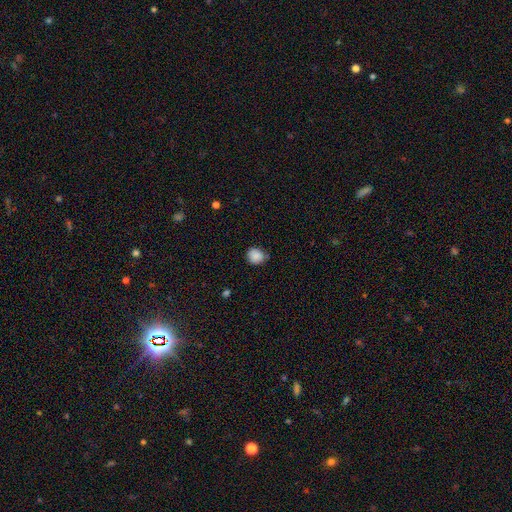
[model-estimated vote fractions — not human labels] smooth-or-featured: smooth: 86% | star or artifact: 9% | featured or disk: 5%
  how-rounded: round: 77% | in between: 22% | cigar-shaped: 1%
  merging: none: 71% | minor disturbance: 23% | major disturbance: 4% | merger: 3%